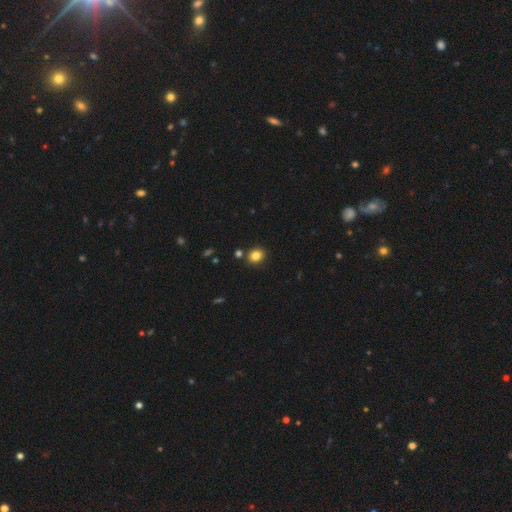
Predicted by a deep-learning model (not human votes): Smooth or featured: smooth — 83% (star or artifact — 11%)
How rounded: round — 61% (in between — 38%)
Merging: none — 84% (minor disturbance — 9%)